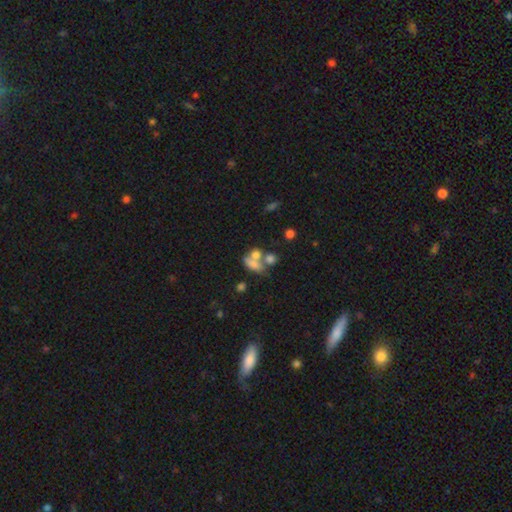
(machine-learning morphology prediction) type=smooth (62%); roundness=in between (66%); merging=merger (56%).